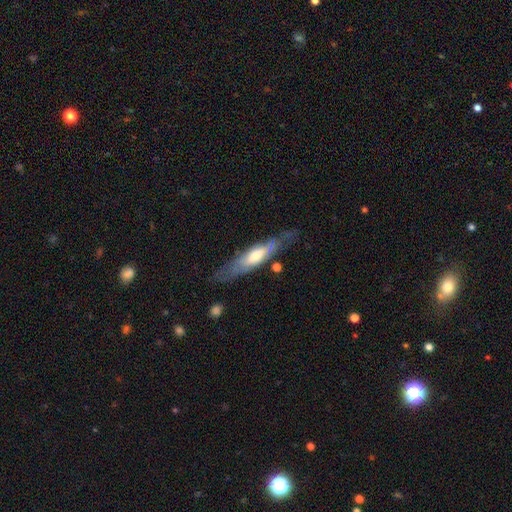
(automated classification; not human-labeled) A featured or disk galaxy (60%) viewed edge-on (56%). Merging: none (68%).